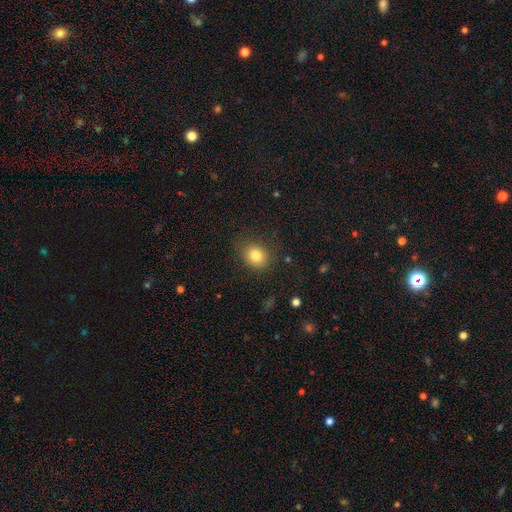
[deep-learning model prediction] The model was most divided on "how rounded": round: 67%, in between: 32%, cigar-shaped: 1%. More confident: smooth or featured — smooth (80%); merging — none (79%).